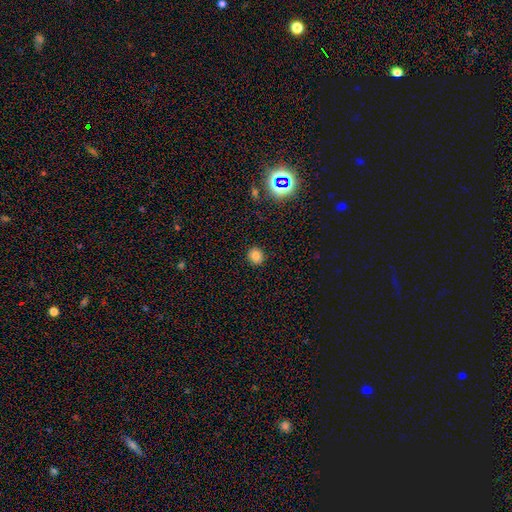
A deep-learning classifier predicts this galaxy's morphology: Smooth or featured? smooth (80%)
How rounded? round (82%)
Merging? none (90%)